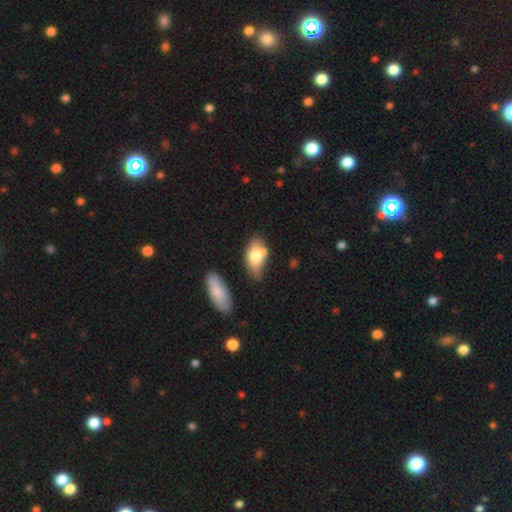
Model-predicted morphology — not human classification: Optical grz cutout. It shows a smooth galaxy with no disk features (70%) that is in between round and cigar-shaped (88%). Merging: none (40%).